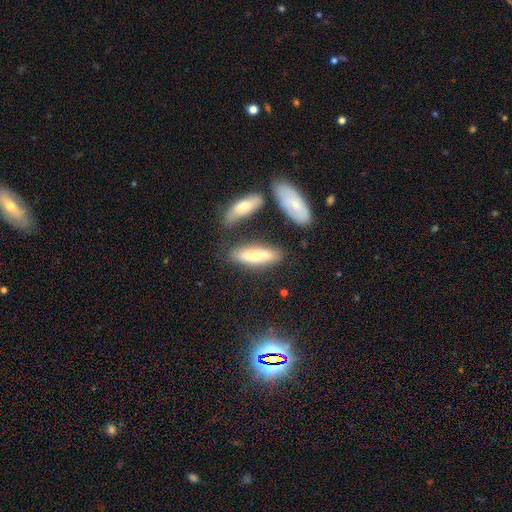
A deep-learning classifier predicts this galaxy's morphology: Q: Smooth or featured?
A: smooth (62%); runner-up: featured or disk (31%)
Q: How rounded?
A: cigar-shaped (60%); runner-up: in between (38%)
Q: Merging?
A: none (69%); runner-up: minor disturbance (15%)